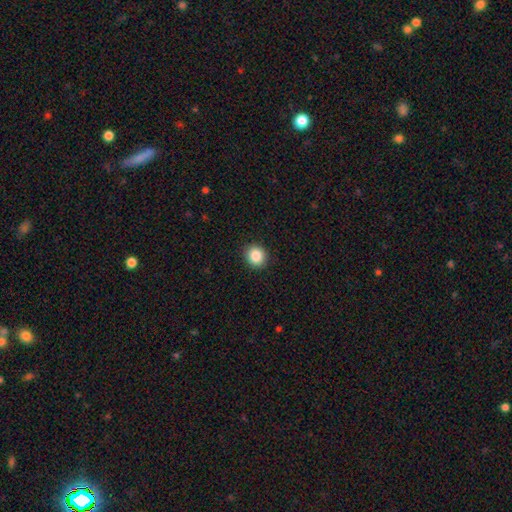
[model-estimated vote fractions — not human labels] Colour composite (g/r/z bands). It shows a smooth galaxy with no disk features (87%) that is round (84%). Merging: none (91%).